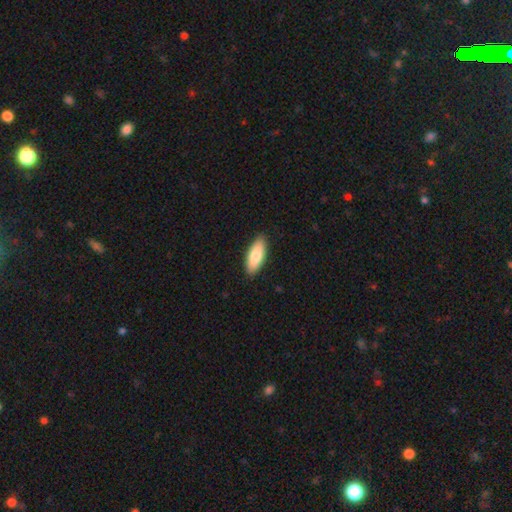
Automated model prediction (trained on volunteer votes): smooth 82%, featured or disk 12%, star or artifact 5%. Down the decision tree: how rounded — in between (75%); merging — none (88%).